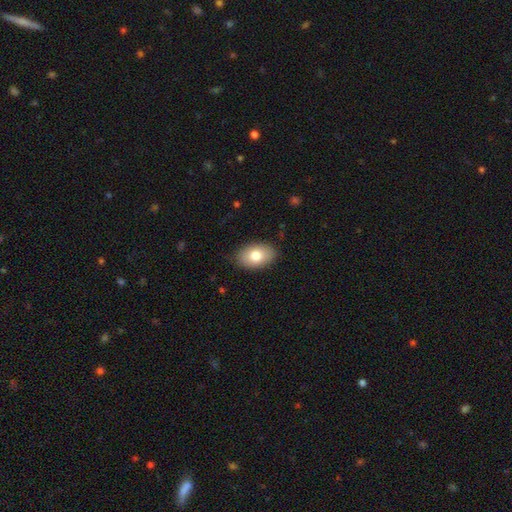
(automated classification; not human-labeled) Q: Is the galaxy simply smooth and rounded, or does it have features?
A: smooth — 78%.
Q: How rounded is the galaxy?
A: in between — 88%.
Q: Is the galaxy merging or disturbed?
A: none — 86%.